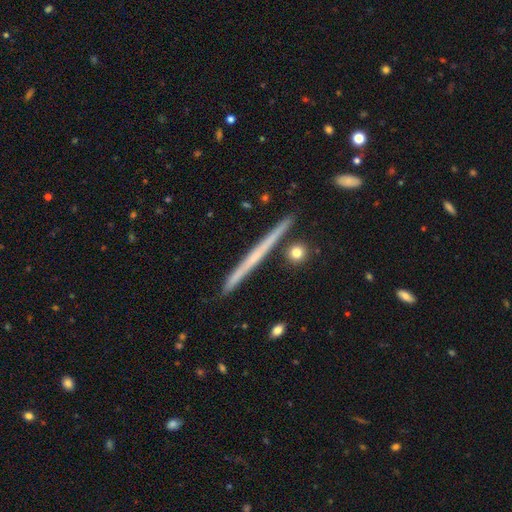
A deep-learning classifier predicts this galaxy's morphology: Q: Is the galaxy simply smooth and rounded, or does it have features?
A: featured or disk — 64%.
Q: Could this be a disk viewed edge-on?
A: yes — 98%.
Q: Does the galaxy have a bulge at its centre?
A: none — 77%.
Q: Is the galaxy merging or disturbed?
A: none — 89%.